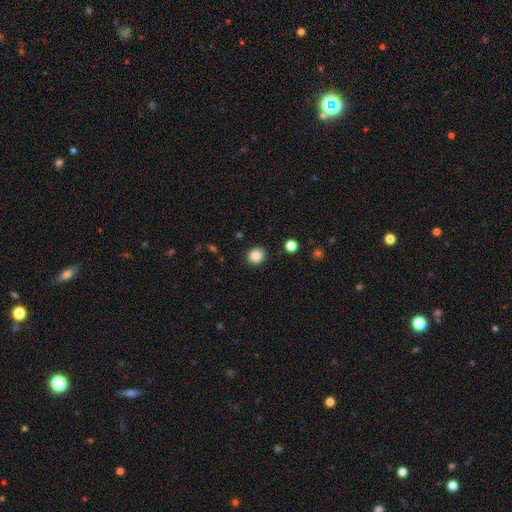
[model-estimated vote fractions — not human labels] This is clearly a smooth galaxy (86%). How rounded: clearly round (83%). Merging: clearly none (90%).